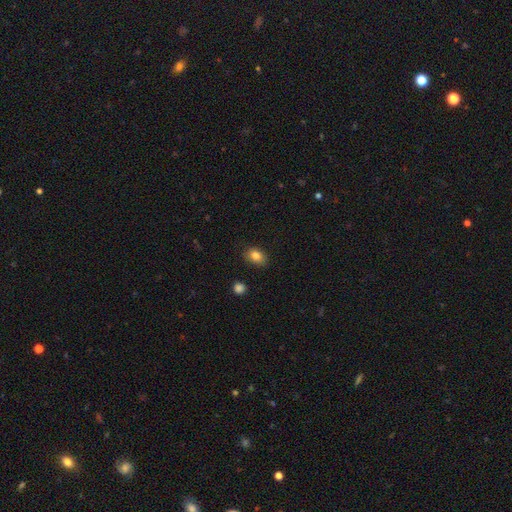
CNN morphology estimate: A smooth galaxy with no disk features (83%) that is in between round and cigar-shaped (75%).

Vote fractions:
- Smooth or featured? smooth: 83% / star or artifact: 9% / featured or disk: 8%
- How rounded? in between: 75% / round: 24% / cigar-shaped: 1%
- Merging? none: 83% / minor disturbance: 13% / major disturbance: 3% / merger: 1%